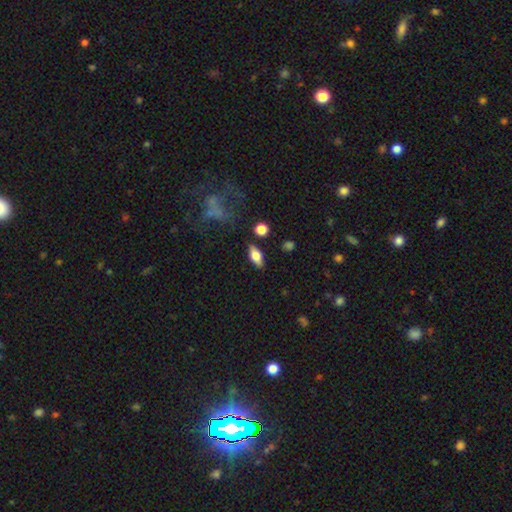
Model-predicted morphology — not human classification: Smooth or featured?
  - smooth: 60% *
  - featured or disk: 32%
  - star or artifact: 8%
How rounded?
  - in between: 78% *
  - cigar-shaped: 17%
  - round: 5%
Merging?
  - none: 83% *
  - minor disturbance: 11%
  - merger: 3%
  - major disturbance: 3%